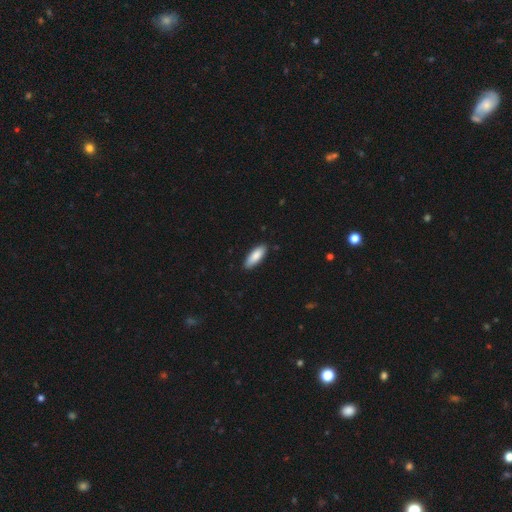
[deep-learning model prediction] The model was most divided on "how rounded": in between: 68%, cigar-shaped: 31%, round: 2%. More confident: merging — none (87%); smooth or featured — smooth (87%).